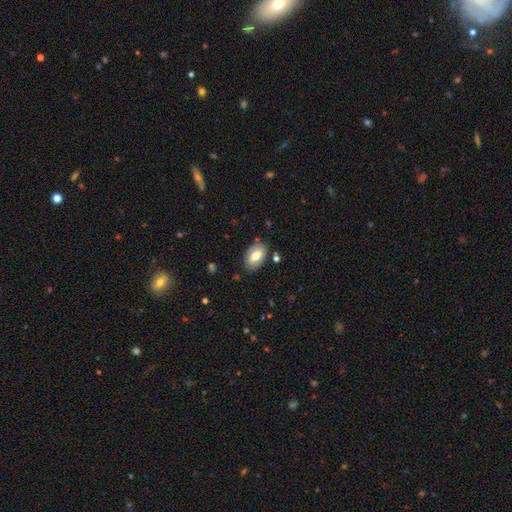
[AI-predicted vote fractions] A smooth galaxy with no disk features (74%) that is in between round and cigar-shaped (92%).

Vote fractions:
- Smooth or featured? smooth: 74% / featured or disk: 19% / star or artifact: 7%
- How rounded? in between: 92% / round: 6% / cigar-shaped: 2%
- Merging? none: 82% / minor disturbance: 13% / major disturbance: 3% / merger: 3%